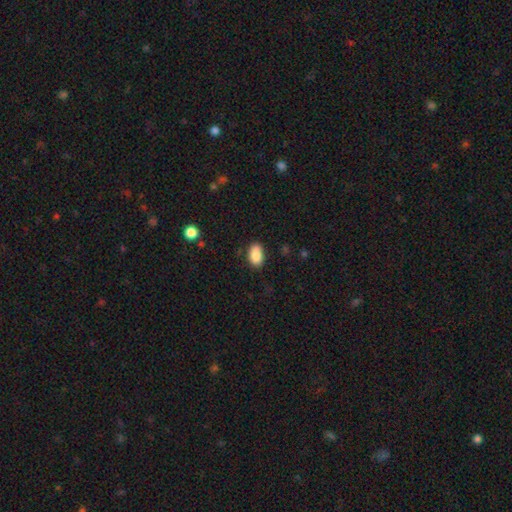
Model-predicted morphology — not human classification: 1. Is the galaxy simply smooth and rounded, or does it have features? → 86% smooth, 8% star or artifact, 6% featured or disk.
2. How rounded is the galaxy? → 89% in between, 9% round, 1% cigar-shaped.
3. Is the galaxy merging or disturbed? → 74% none, 19% minor disturbance, 4% major disturbance, 3% merger.